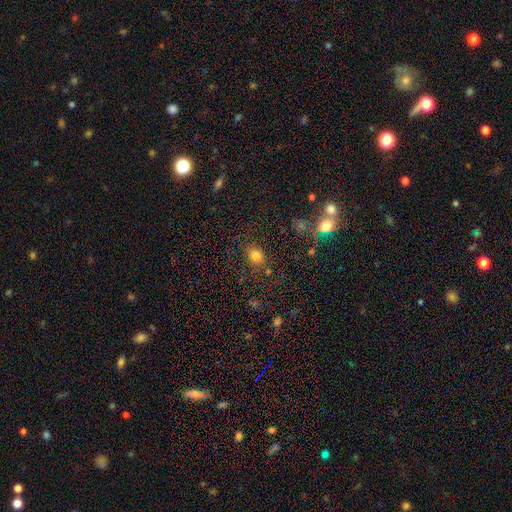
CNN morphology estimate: A smooth galaxy with no disk features (78%) that is round (52%).

Vote fractions:
- Smooth or featured? smooth: 78% / star or artifact: 15% / featured or disk: 7%
- How rounded? round: 52% / in between: 47% / cigar-shaped: 1%
- Merging? none: 79% / minor disturbance: 12% / major disturbance: 5% / merger: 4%